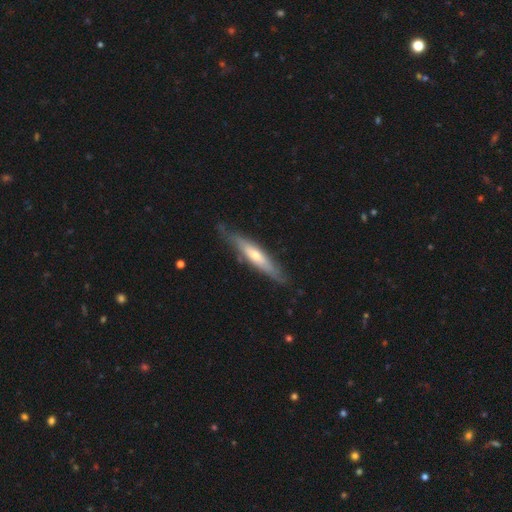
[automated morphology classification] type=featured or disk (58%); edge-on=yes (82%); merging=none (78%).